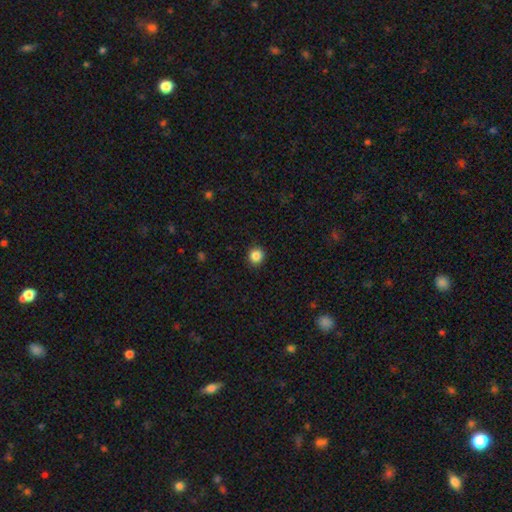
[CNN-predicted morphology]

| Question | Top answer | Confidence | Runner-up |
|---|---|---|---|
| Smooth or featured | smooth | 87% | star or artifact (10%) |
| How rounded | round | 91% | in between (8%) |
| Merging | none | 92% | minor disturbance (6%) |